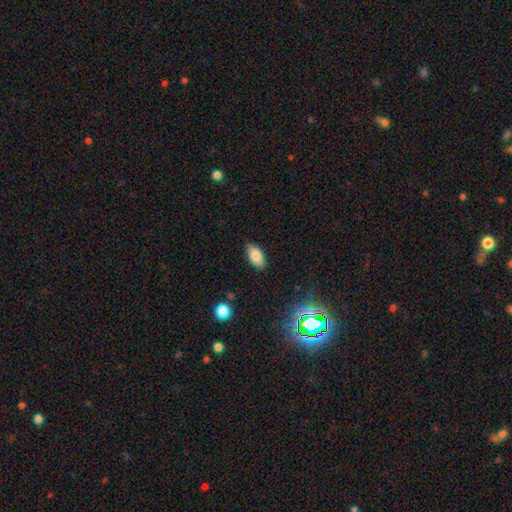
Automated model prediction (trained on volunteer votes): This is clearly a smooth galaxy (83%). How rounded: clearly in between (92%). Merging: clearly none (85%).